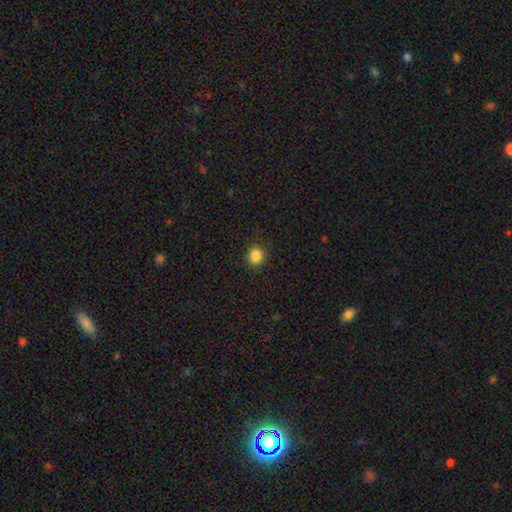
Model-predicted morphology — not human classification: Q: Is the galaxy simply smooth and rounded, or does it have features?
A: smooth — 85%.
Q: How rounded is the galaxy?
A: round — 86%.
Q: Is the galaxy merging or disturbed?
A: none — 89%.